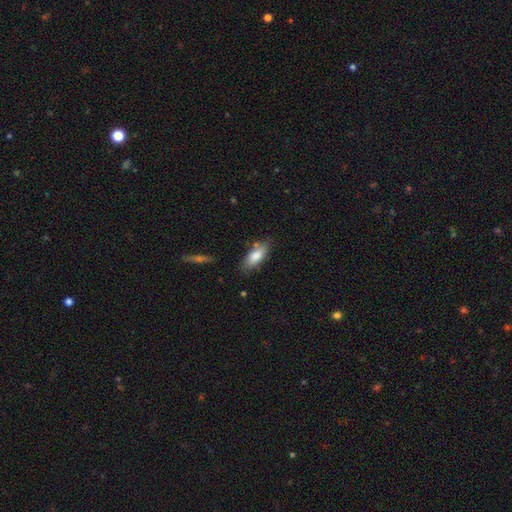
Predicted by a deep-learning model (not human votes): Smooth or featured? smooth (81%)
How rounded? in between (74%)
Merging? none (76%)